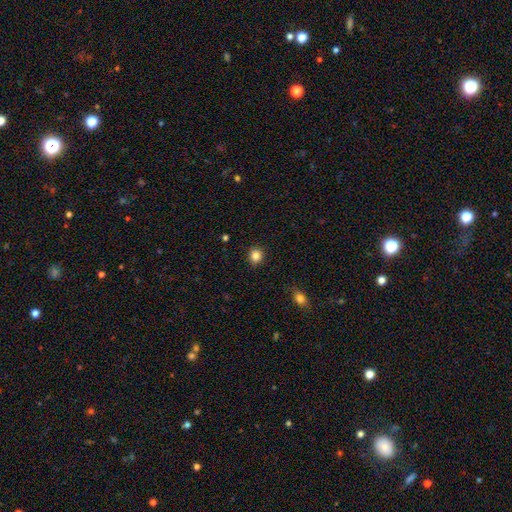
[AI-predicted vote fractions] This is clearly a smooth galaxy (85%). How rounded: clearly round (85%). Merging: clearly none (90%).